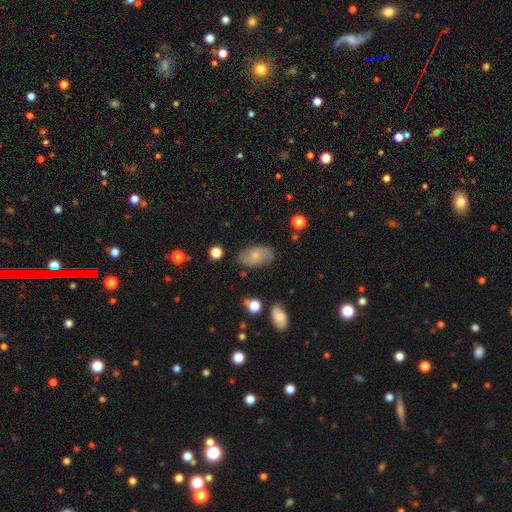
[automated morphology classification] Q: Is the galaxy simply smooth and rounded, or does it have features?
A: smooth — 53%.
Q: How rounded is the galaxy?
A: in between — 91%.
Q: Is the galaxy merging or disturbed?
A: none — 76%.